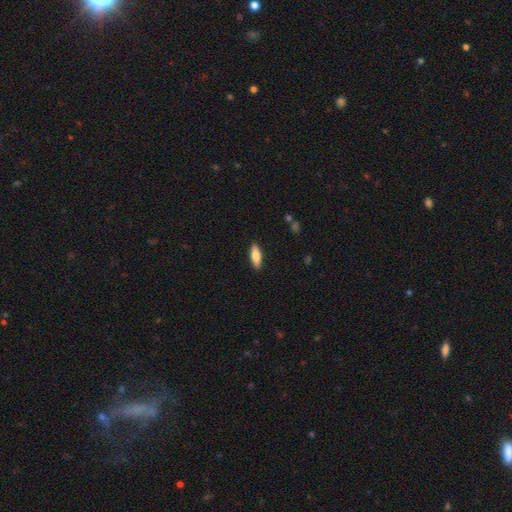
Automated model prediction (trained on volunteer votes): Overall: smooth (78%). How rounded: in between (54%; cigar-shaped 44%). Merging: none (90%).